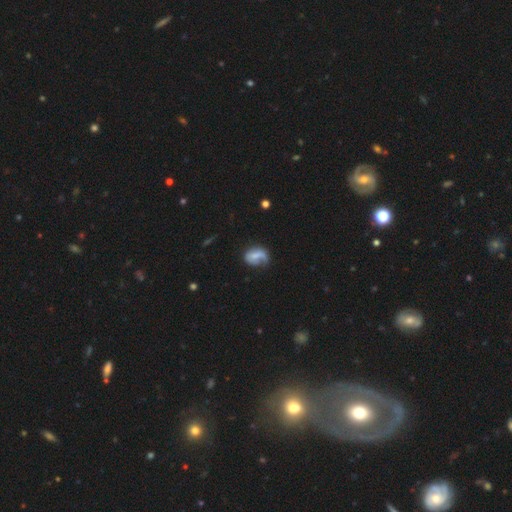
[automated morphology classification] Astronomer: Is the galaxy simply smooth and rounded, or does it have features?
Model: smooth — 47% (runner-up: featured or disk, 45%).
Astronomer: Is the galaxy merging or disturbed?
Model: none — 41% (runner-up: minor disturbance, 30%).